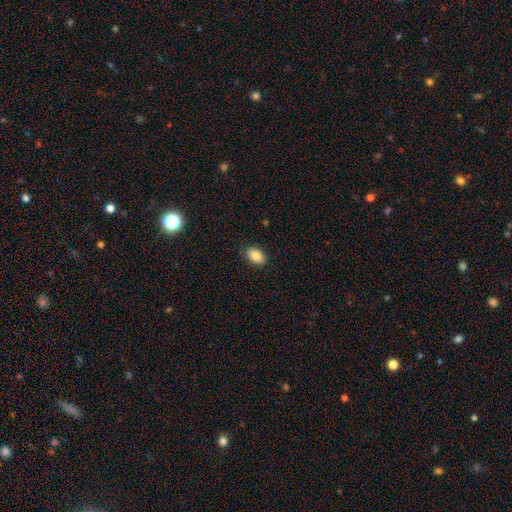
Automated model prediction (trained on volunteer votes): Smooth or featured? smooth (85%)
How rounded? in between (88%)
Merging? none (87%)